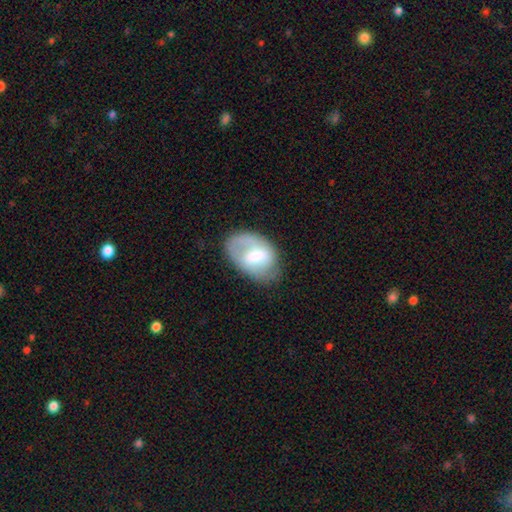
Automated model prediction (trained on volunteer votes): Smooth or featured? Predicted: smooth (p=0.50). How rounded? Predicted: in between (p=0.85). Merging? Predicted: none (p=0.58).